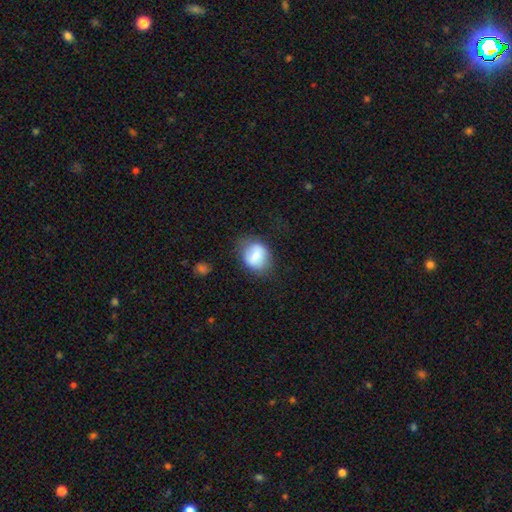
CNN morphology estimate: This is likely a smooth galaxy (73%). How rounded: possibly round (54%). Merging: likely none (67%).